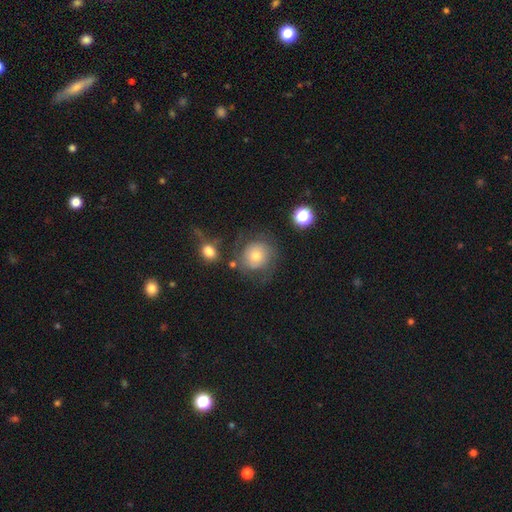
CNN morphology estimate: Smooth or featured: featured or disk — 45% (smooth — 44%)
Merging: none — 56% (minor disturbance — 19%)